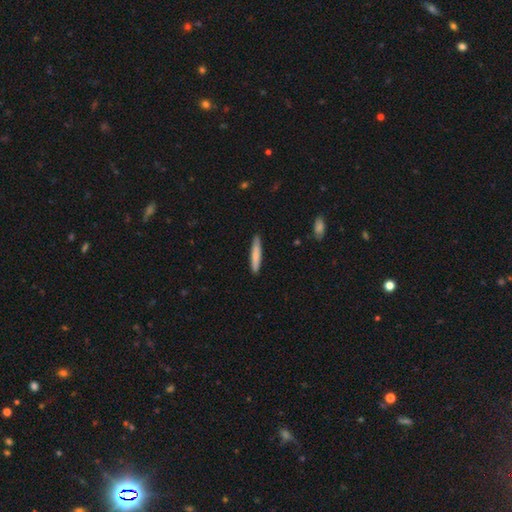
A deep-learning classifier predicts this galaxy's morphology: A smooth galaxy with no disk features (79%) that is cigar-shaped (92%). Merging: none (88%).